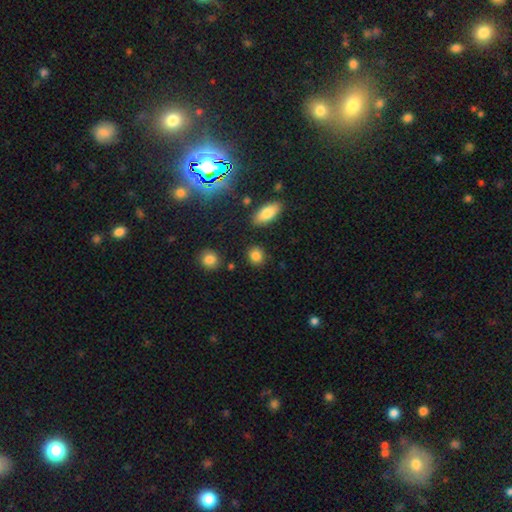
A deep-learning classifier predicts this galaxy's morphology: A smooth galaxy with no disk features (84%) that is round (76%). Merging: none (86%).